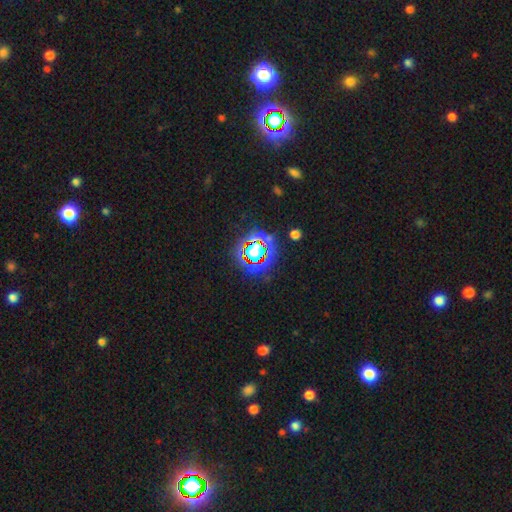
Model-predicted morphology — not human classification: star or artifact 76%, smooth 15%, featured or disk 9%.